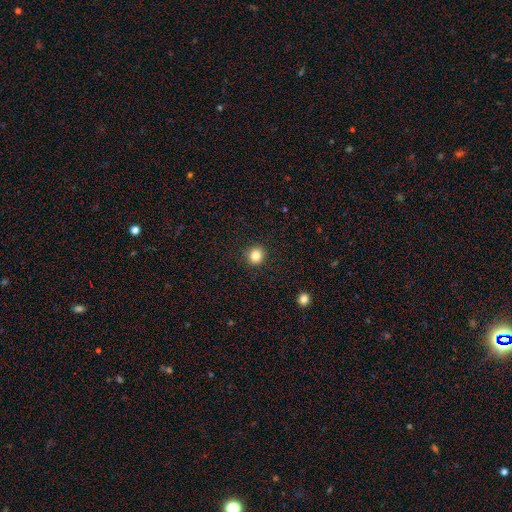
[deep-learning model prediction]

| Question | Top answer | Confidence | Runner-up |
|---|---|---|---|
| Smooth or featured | smooth | 83% | star or artifact (11%) |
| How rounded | round | 90% | in between (9%) |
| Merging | none | 91% | minor disturbance (6%) |